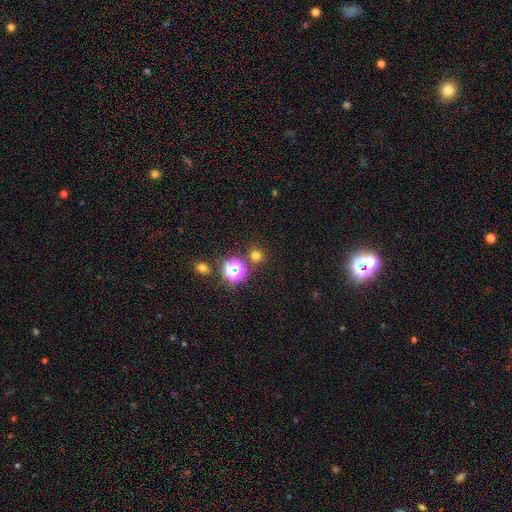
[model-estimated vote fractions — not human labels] Smooth or featured? smooth (66%)
How rounded? round (91%)
Merging? none (83%)